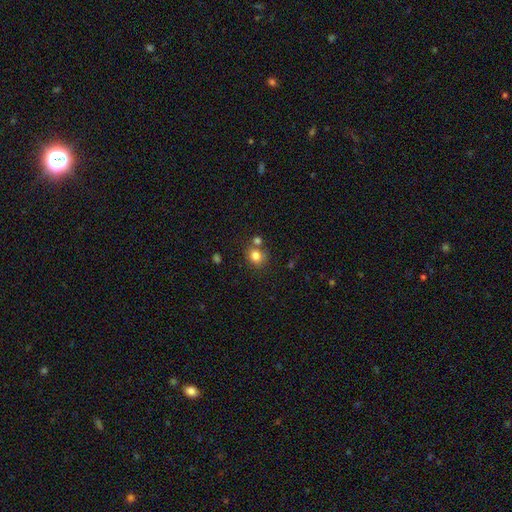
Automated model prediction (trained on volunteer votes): A smooth galaxy with no disk features (81%) that is round (77%).

Vote fractions:
- Smooth or featured? smooth: 81% / star or artifact: 11% / featured or disk: 8%
- How rounded? round: 77% / in between: 23% / cigar-shaped: 1%
- Merging? none: 62% / merger: 22% / minor disturbance: 12% / major disturbance: 4%